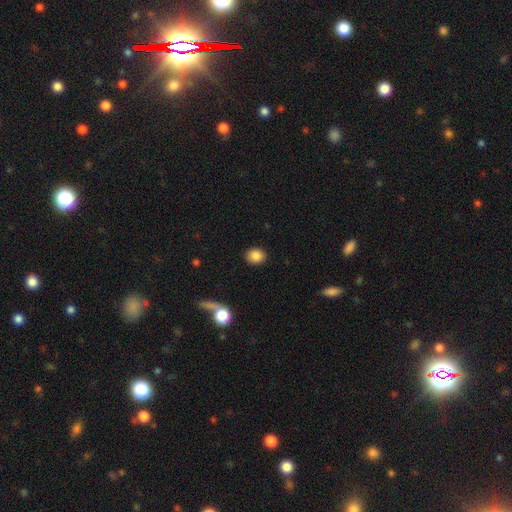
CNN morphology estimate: smooth-or-featured: smooth: 86% | star or artifact: 9% | featured or disk: 5%
  how-rounded: round: 67% | in between: 32% | cigar-shaped: 1%
  merging: none: 89% | minor disturbance: 7% | major disturbance: 2% | merger: 2%